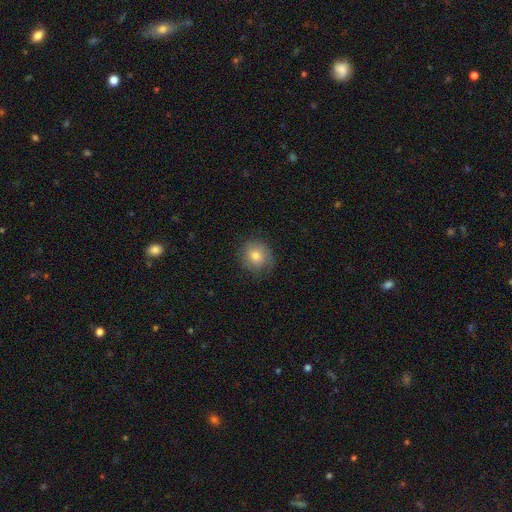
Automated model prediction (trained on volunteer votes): The model was most divided on "smooth or featured": smooth: 68%, featured or disk: 23%, star or artifact: 9%. More confident: how rounded — round (81%); merging — none (73%).